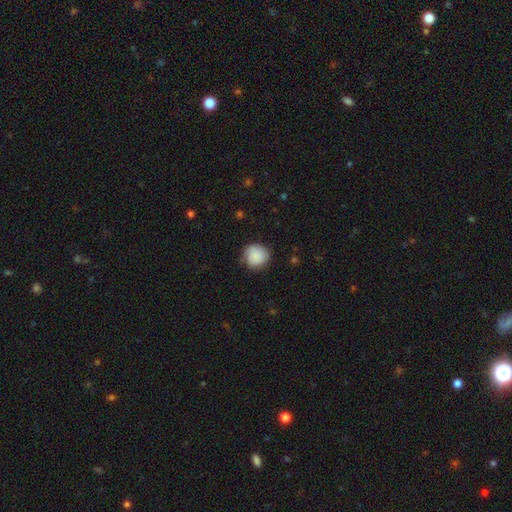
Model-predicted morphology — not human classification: smooth 87%, star or artifact 7%, featured or disk 6%. Down the decision tree: how rounded — round (89%); merging — none (78%).